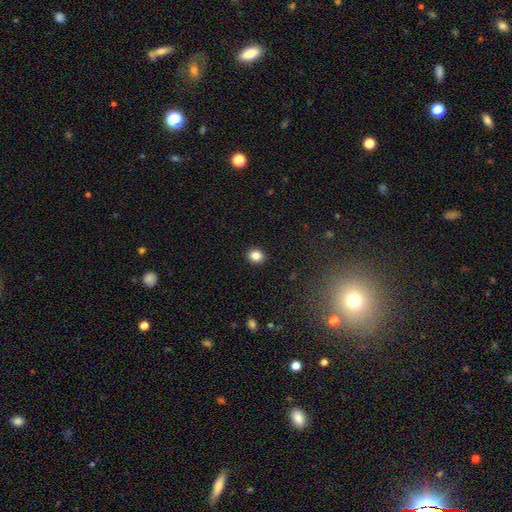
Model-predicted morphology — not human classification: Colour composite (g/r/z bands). It shows a smooth galaxy with no disk features (84%) that is round (67%). Merging: none (91%).